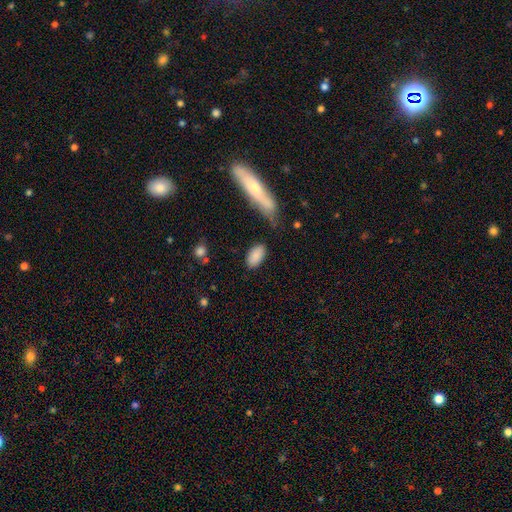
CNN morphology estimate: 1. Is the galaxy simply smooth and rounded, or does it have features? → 86% smooth, 7% star or artifact, 7% featured or disk.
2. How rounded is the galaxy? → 93% in between, 4% cigar-shaped, 3% round.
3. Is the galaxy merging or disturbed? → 78% none, 13% minor disturbance, 5% merger, 4% major disturbance.